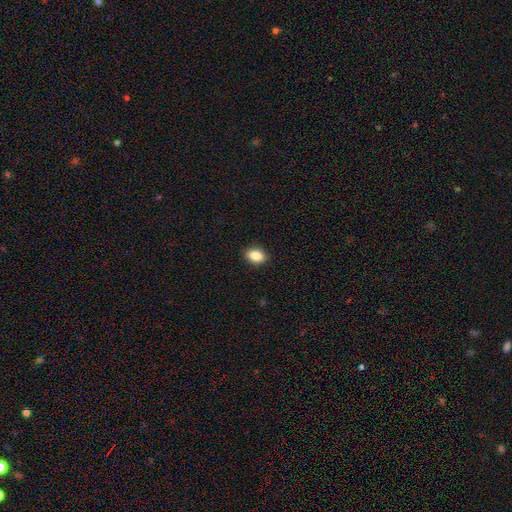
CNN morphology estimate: This is clearly a smooth galaxy (87%). How rounded: likely in between (77%). Merging: clearly none (90%).